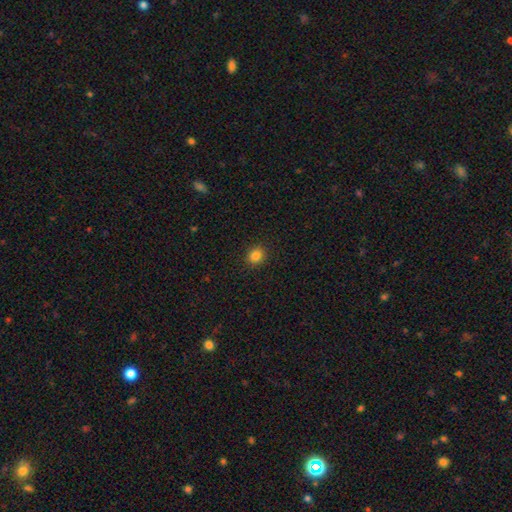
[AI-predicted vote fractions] Smooth or featured? Predicted: smooth (p=0.84). How rounded? Predicted: round (p=0.78). Merging? Predicted: none (p=0.91).